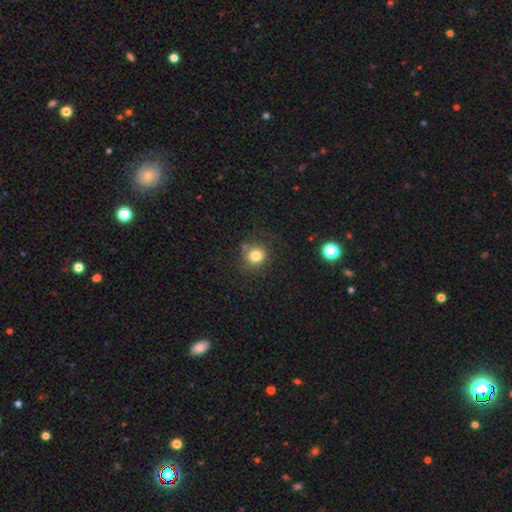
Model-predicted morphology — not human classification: smooth 80%, star or artifact 13%, featured or disk 7%. Down the decision tree: how rounded — round (86%); merging — none (75%).